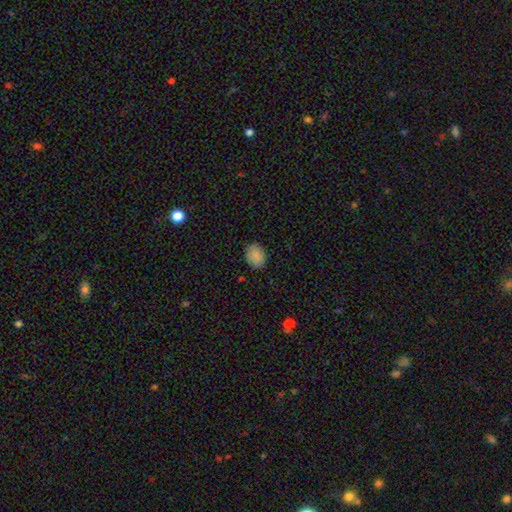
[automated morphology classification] This appears to be a smooth galaxy with no disk features (87%) that is in between round and cigar-shaped (61%). Merging: none (86%).